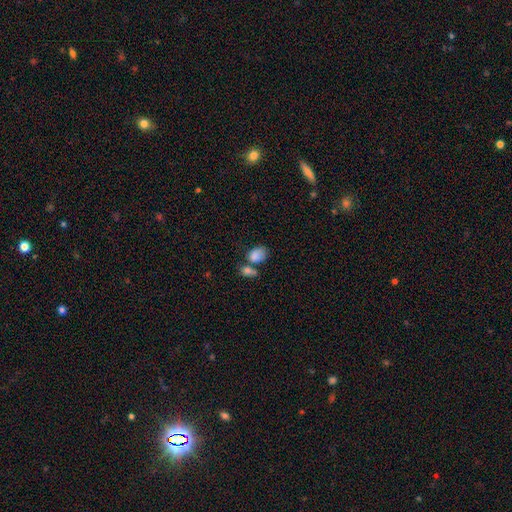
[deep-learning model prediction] The model was most divided on "merging": merger: 45%, none: 31%, minor disturbance: 15%, major disturbance: 9%. More confident: smooth or featured — smooth (83%); how rounded — in between (77%).